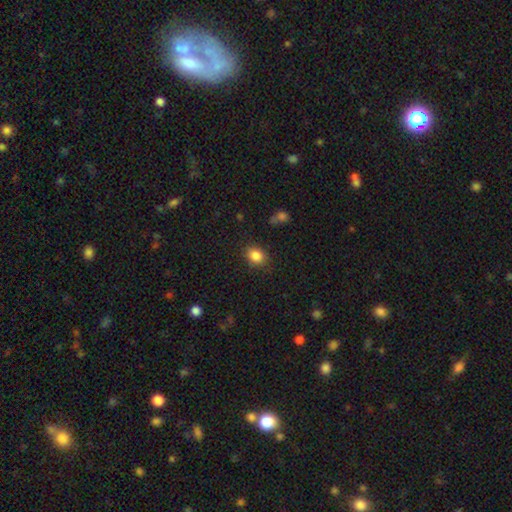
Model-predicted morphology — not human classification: Overall: smooth (85%). How rounded: in between (52%; round 47%). Merging: none (84%).